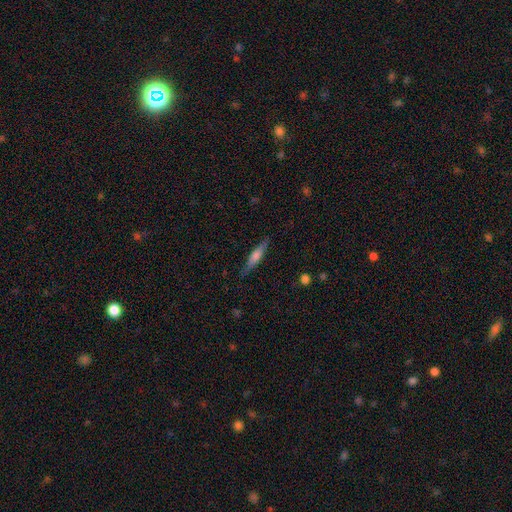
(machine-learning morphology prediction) type=smooth (49%); merging=none (85%).